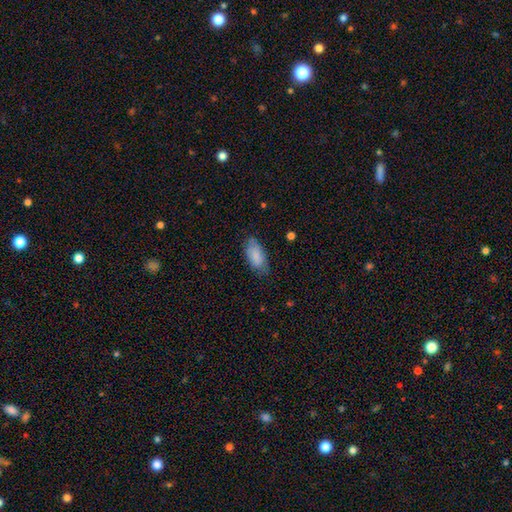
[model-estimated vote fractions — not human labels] Overall: smooth (85%). How rounded: in between (90%). Merging: none (71%).